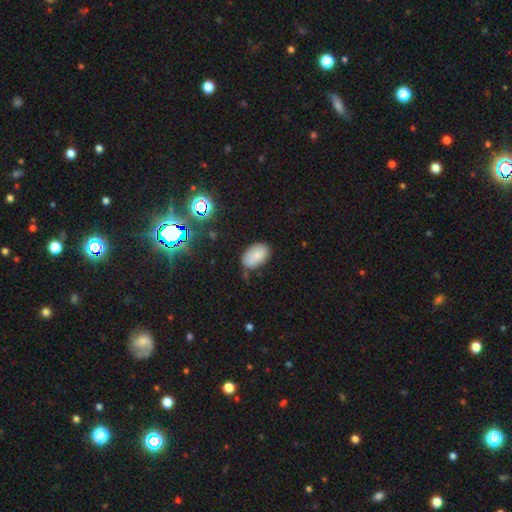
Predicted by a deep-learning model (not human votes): Morphology: type=smooth (81%); roundness=in between (92%); merging=none (65%).